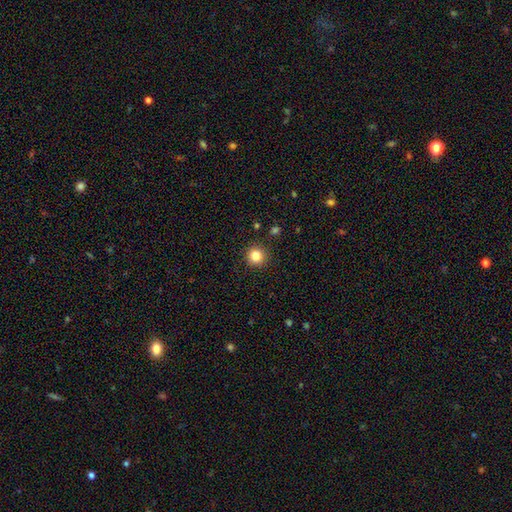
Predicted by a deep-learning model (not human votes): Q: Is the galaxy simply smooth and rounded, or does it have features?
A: smooth — 83%.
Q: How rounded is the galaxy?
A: round — 94%.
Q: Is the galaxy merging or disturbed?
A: none — 91%.